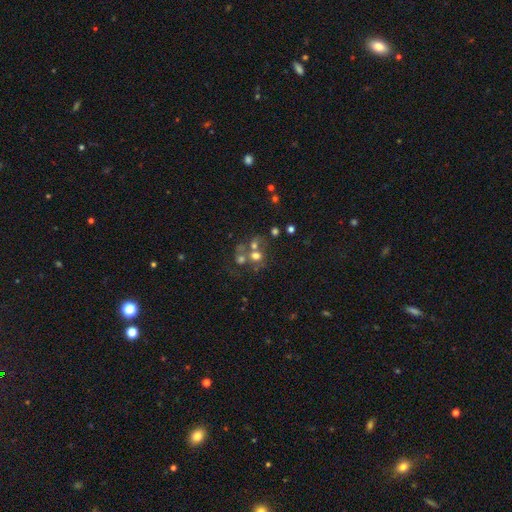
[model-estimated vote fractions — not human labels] A smooth galaxy with no disk features (50%) that is round (70%). Merging: merger (50%).